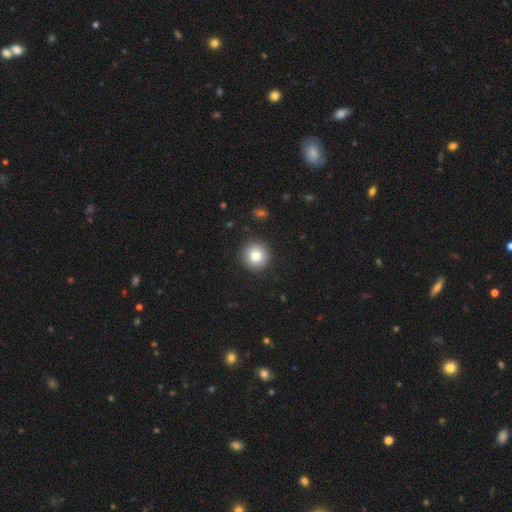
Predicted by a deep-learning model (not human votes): A smooth galaxy with no disk features (80%) that is round (95%).

Vote fractions:
- Smooth or featured? smooth: 80% / star or artifact: 10% / featured or disk: 10%
- How rounded? round: 95% / in between: 4% / cigar-shaped: 1%
- Merging? none: 92% / minor disturbance: 5% / major disturbance: 2% / merger: 1%